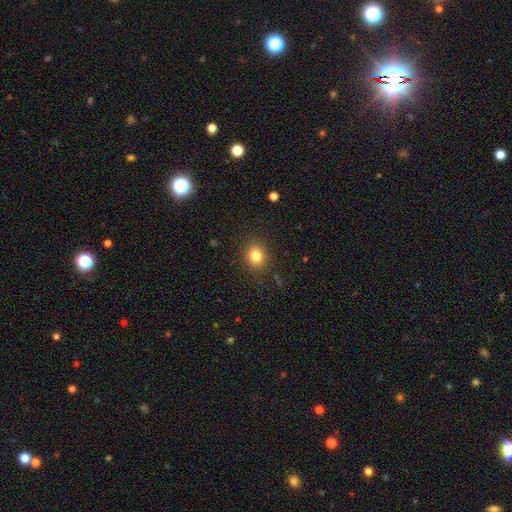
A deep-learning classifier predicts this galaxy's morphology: A smooth galaxy with no disk features (82%) that is round (62%).

Vote fractions:
- Smooth or featured? smooth: 82% / star or artifact: 12% / featured or disk: 7%
- How rounded? round: 62% / in between: 37% / cigar-shaped: 1%
- Merging? none: 88% / minor disturbance: 8% / major disturbance: 3% / merger: 1%